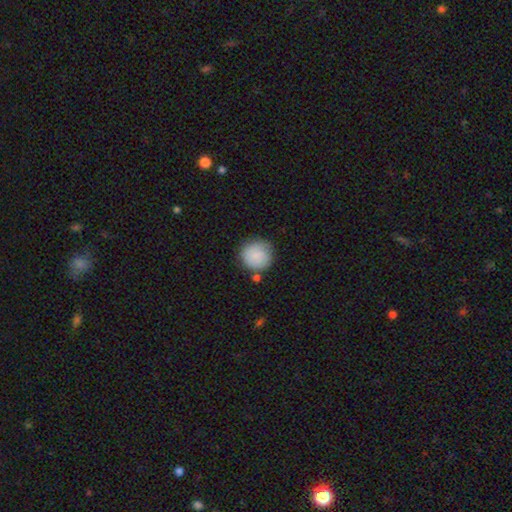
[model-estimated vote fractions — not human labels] smooth_or_featured: smooth (p=0.83) [alt: featured or disk p=0.10]
how_rounded: round (p=0.93) [alt: in between p=0.06]
merging: none (p=0.75) [alt: minor disturbance p=0.14]